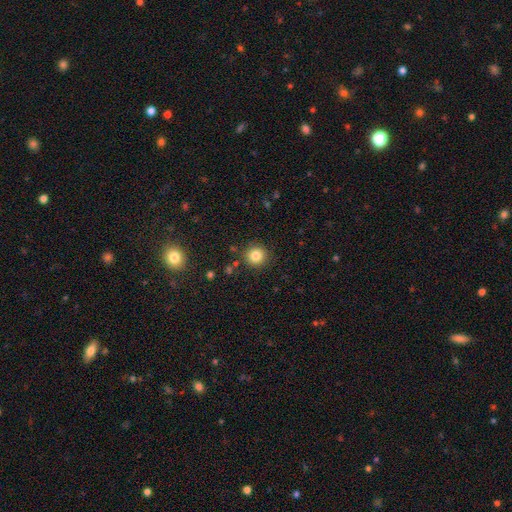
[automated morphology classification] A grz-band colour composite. It shows a smooth galaxy with no disk features (83%) that is round (93%). Merging: none (88%).